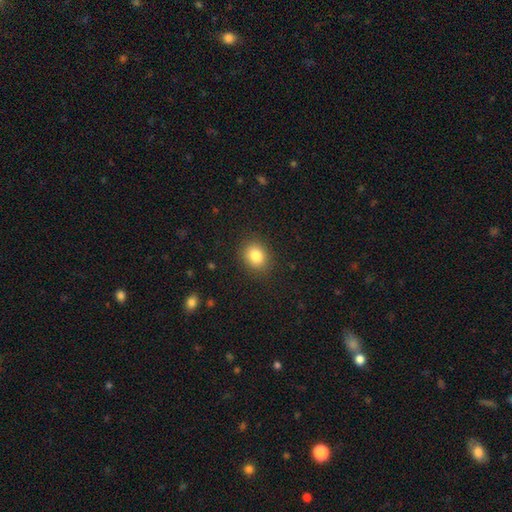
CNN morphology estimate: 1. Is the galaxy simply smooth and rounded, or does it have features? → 83% smooth, 10% star or artifact, 6% featured or disk.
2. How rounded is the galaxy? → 61% round, 39% in between, 1% cigar-shaped.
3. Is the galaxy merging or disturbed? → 88% none, 8% minor disturbance, 3% major disturbance, 1% merger.